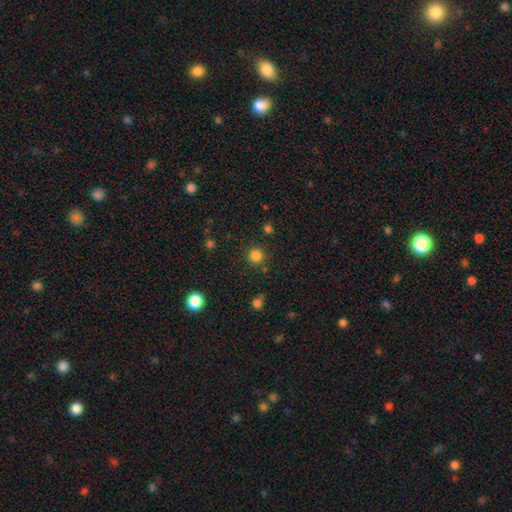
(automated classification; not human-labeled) This is clearly a smooth galaxy (82%). How rounded: clearly round (94%). Merging: clearly none (86%).